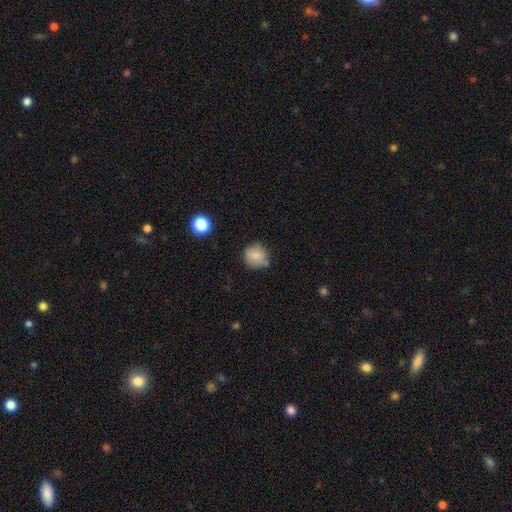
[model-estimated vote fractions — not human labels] Smooth or featured? Predicted: smooth (p=0.83). How rounded? Predicted: round (p=0.89). Merging? Predicted: none (p=0.73).